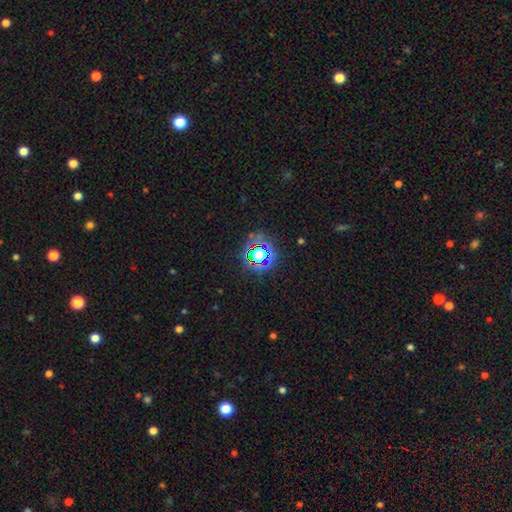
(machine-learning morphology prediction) A star or artifact, not a galaxy (61%).

Vote fractions:
- Smooth or featured? star or artifact: 61% / smooth: 28% / featured or disk: 12%